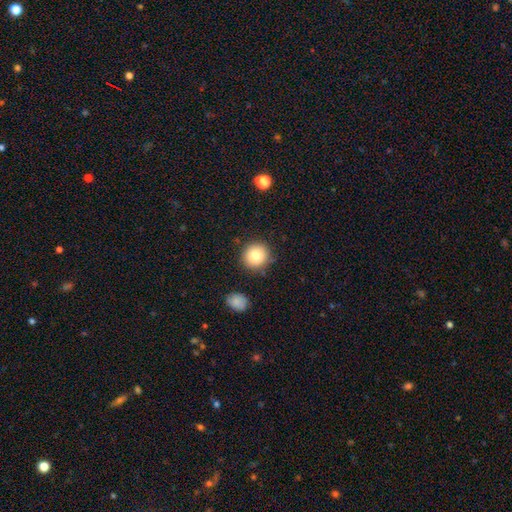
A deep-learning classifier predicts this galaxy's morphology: A smooth galaxy with no disk features (81%) that is round (93%).

Vote fractions:
- Smooth or featured? smooth: 81% / star or artifact: 10% / featured or disk: 10%
- How rounded? round: 93% / in between: 6% / cigar-shaped: 1%
- Merging? none: 87% / minor disturbance: 8% / merger: 3% / major disturbance: 2%